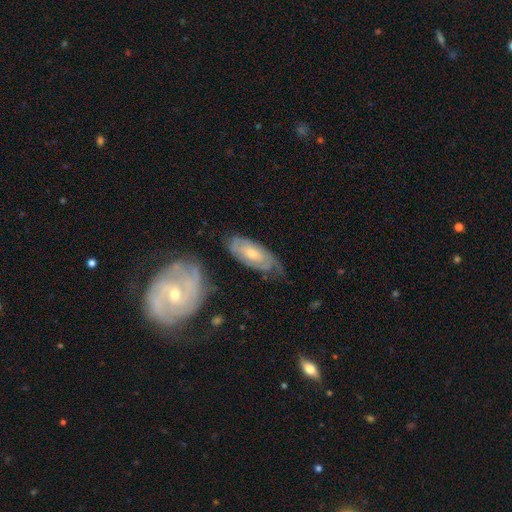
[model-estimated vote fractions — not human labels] Smooth or featured? Predicted: featured or disk (p=0.66). Edge-on disk? Predicted: no (p=0.89). Bar? Predicted: no (p=0.65). Spiral arms? Predicted: yes (p=0.84). Bulge size? Predicted: moderate (p=0.51). Merging? Predicted: none (p=0.61).